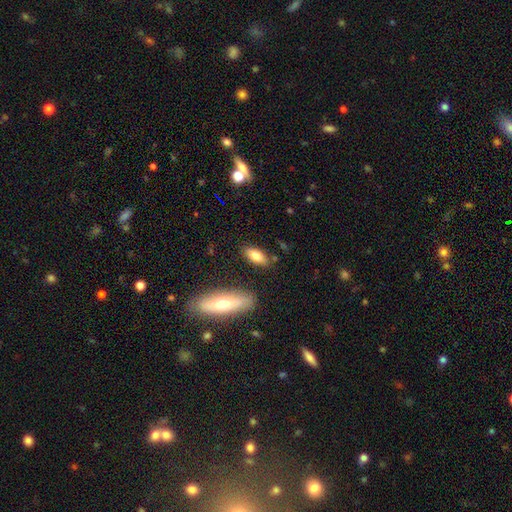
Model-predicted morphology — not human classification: Q: Smooth or featured?
A: smooth (78%); runner-up: featured or disk (15%)
Q: How rounded?
A: in between (82%); runner-up: cigar-shaped (15%)
Q: Merging?
A: none (83%); runner-up: minor disturbance (11%)